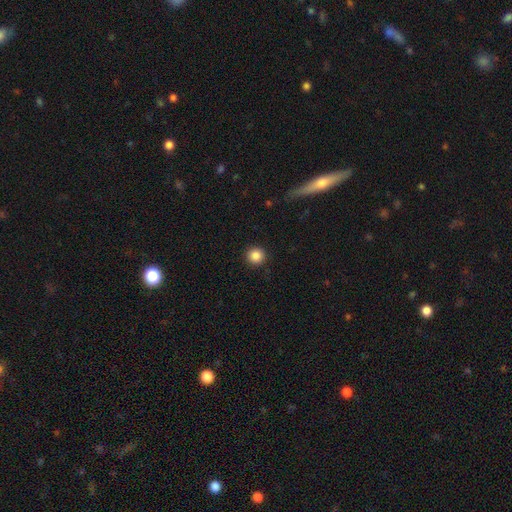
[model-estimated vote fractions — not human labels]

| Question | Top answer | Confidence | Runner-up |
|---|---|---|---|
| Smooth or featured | smooth | 86% | star or artifact (10%) |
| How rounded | round | 95% | in between (4%) |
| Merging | none | 92% | minor disturbance (5%) |